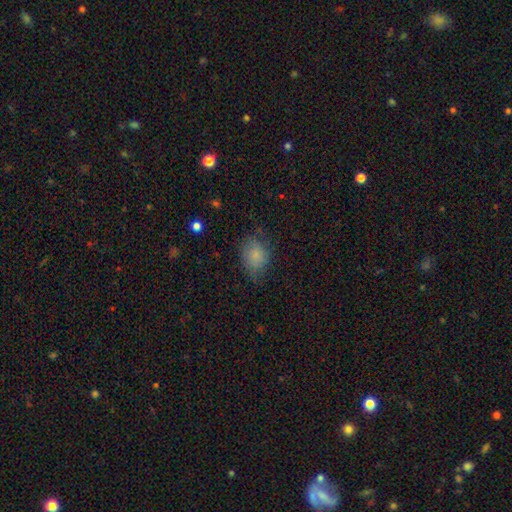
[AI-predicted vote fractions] Smooth or featured? smooth (78%)
How rounded? in between (52%)
Merging? none (62%)